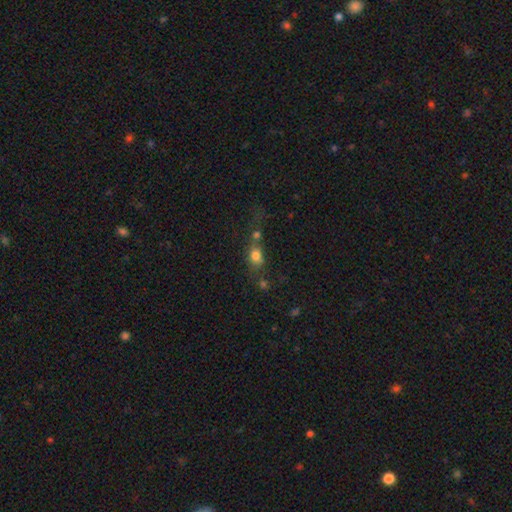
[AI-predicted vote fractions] Morphology: type=smooth (77%); roundness=in between (56%); merging=none (38%).